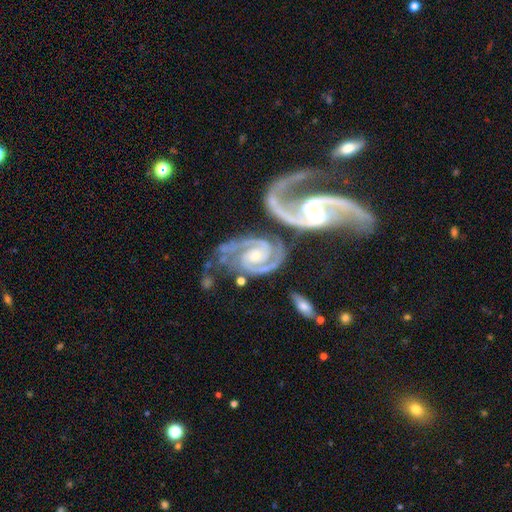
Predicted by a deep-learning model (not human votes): This is clearly a featured or disk galaxy (94%). It is clearly not viewed edge-on (98%). Bar: possibly no (59%). Spiral arm pattern: clearly yes (99%). Spiral arm count: clearly 2 (91%). Spiral winding: possibly tight (49%). Central bulge: possibly small (58%). Merging: marginally none (43%).